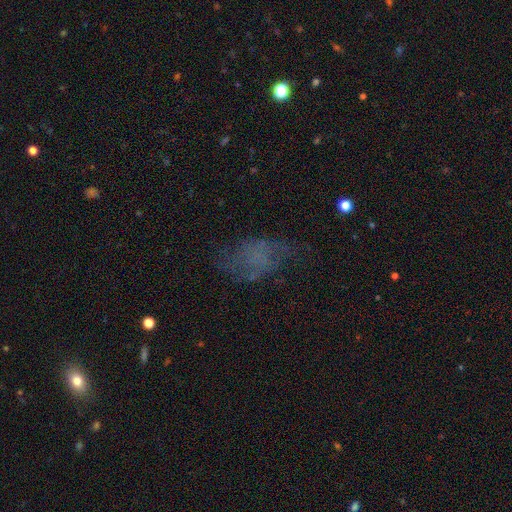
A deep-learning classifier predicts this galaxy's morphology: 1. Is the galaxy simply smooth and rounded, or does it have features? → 40% smooth, 38% featured or disk, 22% star or artifact.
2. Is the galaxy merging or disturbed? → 51% none, 25% major disturbance, 22% minor disturbance, 2% merger.